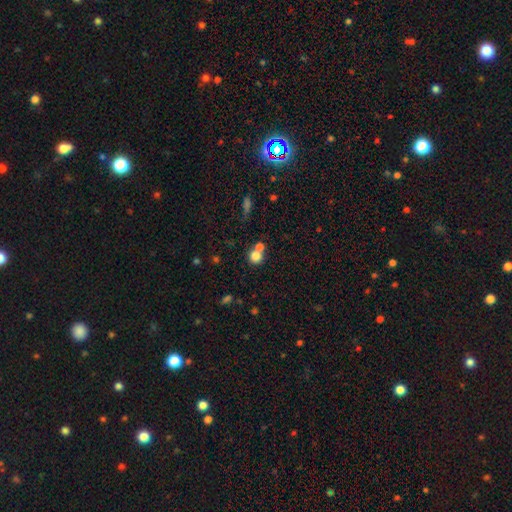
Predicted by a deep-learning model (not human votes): A smooth galaxy with no disk features (78%) that is round (86%). Merging: none (47%).